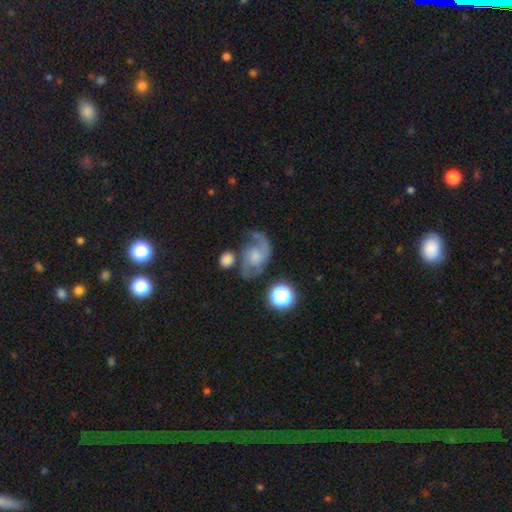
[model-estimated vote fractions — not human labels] Smooth or featured: featured or disk — 74% (smooth — 17%)
Edge-on disk: no — 97% (yes — 3%)
Bar: no — 65% (weak — 30%)
Spiral arms: yes — 92% (no — 8%)
Spiral winding: medium — 48% (loose — 35%)
Spiral arm count: 2 — 77% (1 — 14%)
Bulge size: small — 39% (moderate — 29%)
Merging: none — 46% (minor disturbance — 22%)